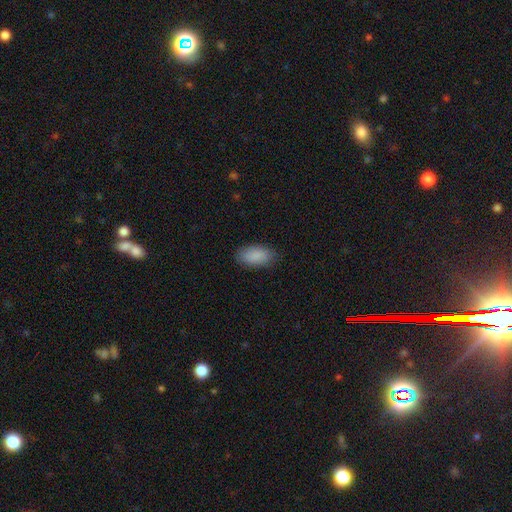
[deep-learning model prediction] Q: Smooth or featured?
A: smooth (90%); runner-up: star or artifact (6%)
Q: How rounded?
A: in between (94%); runner-up: round (4%)
Q: Merging?
A: none (85%); runner-up: minor disturbance (11%)